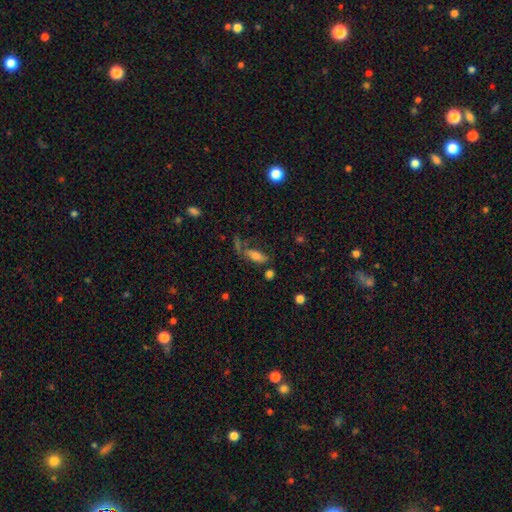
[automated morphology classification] Q: Smooth or featured?
A: smooth (69%); runner-up: featured or disk (20%)
Q: How rounded?
A: in between (74%); runner-up: cigar-shaped (22%)
Q: Merging?
A: none (51%); runner-up: minor disturbance (21%)